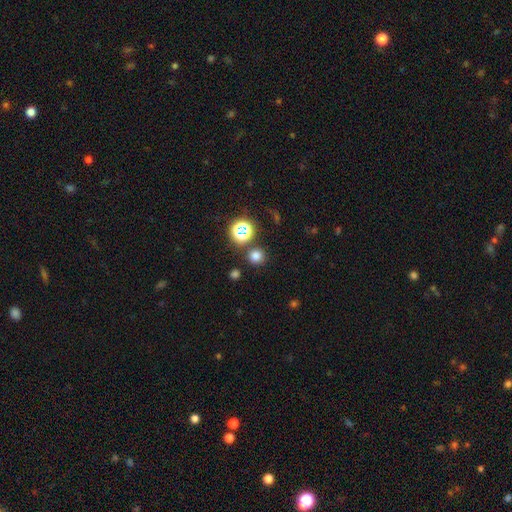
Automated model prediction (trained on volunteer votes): Smooth or featured? Predicted: smooth (p=0.72). How rounded? Predicted: round (p=0.91). Merging? Predicted: none (p=0.83).